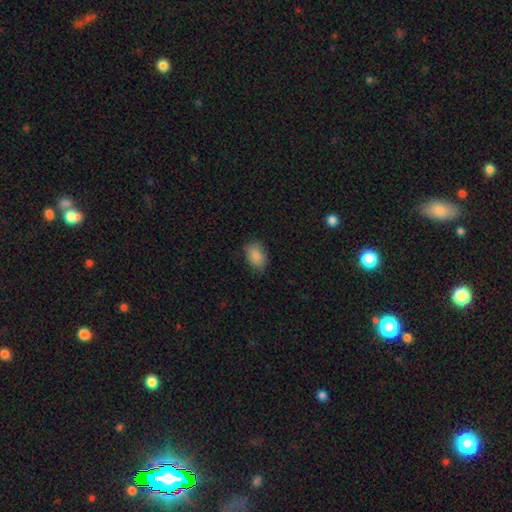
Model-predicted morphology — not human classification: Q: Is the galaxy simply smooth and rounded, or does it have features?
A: smooth — 88%.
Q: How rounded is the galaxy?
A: in between — 84%.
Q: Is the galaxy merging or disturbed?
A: none — 81%.